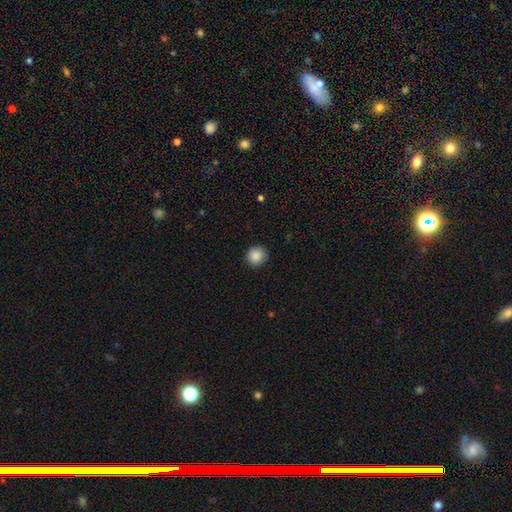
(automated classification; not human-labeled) This appears to be a smooth galaxy with no disk features (88%) that is round (91%). Merging: none (90%).